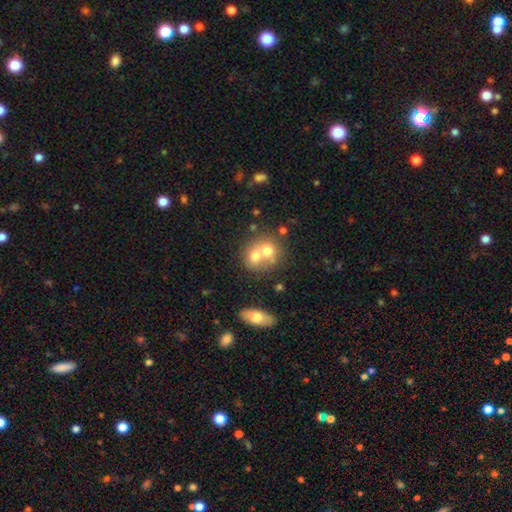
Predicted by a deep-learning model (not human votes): The model was most divided on "merging": merger: 64%, none: 27%, minor disturbance: 6%, major disturbance: 3%. More confident: how rounded — round (71%); smooth or featured — smooth (65%).